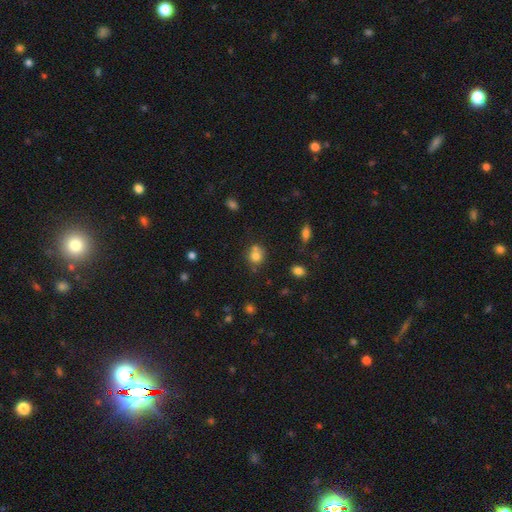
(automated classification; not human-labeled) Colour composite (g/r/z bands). It shows a smooth galaxy with no disk features (76%) that is round (79%). Merging: none (53%).